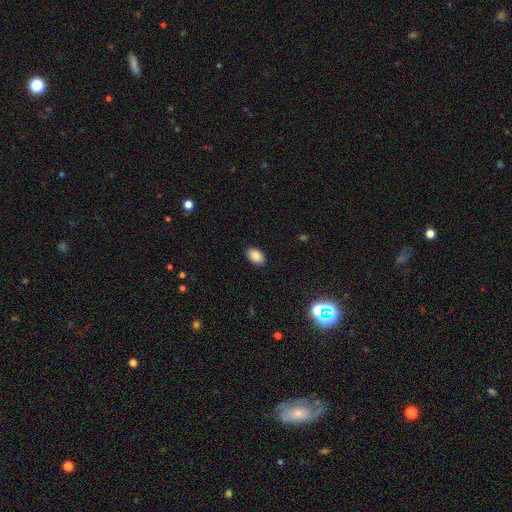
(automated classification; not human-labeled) Smooth or featured? Predicted: smooth (p=0.87). How rounded? Predicted: in between (p=0.91). Merging? Predicted: none (p=0.88).